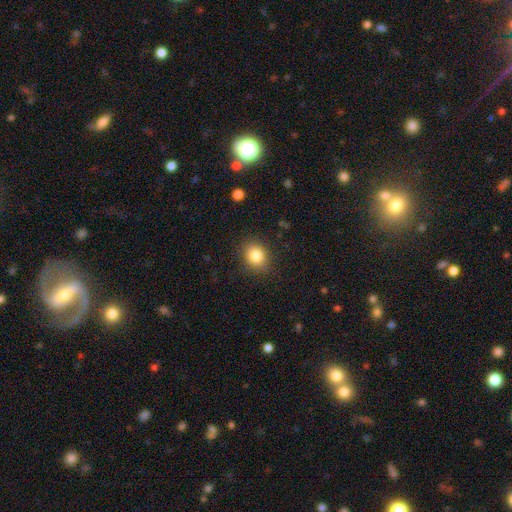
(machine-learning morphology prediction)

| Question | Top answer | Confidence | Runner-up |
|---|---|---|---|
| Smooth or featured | smooth | 83% | star or artifact (10%) |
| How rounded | round | 61% | in between (38%) |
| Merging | none | 86% | minor disturbance (9%) |